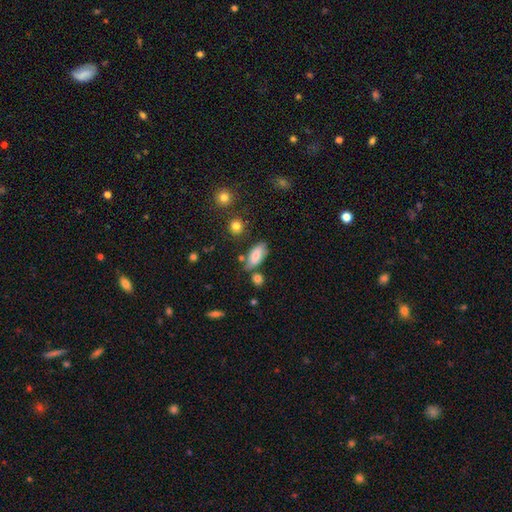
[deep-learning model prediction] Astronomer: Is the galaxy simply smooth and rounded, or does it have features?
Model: smooth — 76%.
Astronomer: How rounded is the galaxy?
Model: in between — 86%.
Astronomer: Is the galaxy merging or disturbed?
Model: none — 68%.